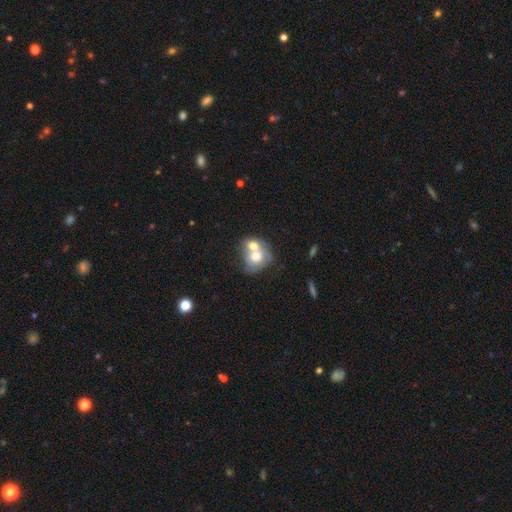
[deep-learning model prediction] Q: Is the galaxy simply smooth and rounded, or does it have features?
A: smooth — 58%.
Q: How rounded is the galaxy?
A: round — 60%.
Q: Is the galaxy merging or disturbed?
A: merger — 70%.